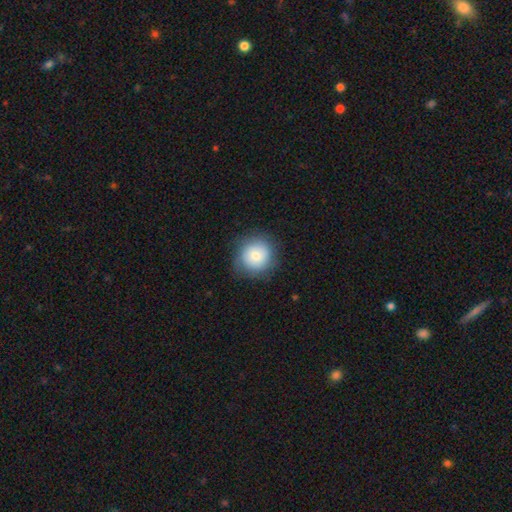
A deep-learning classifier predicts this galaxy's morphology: Q: Smooth or featured?
A: smooth (76%); runner-up: featured or disk (16%)
Q: How rounded?
A: round (92%); runner-up: in between (7%)
Q: Merging?
A: none (81%); runner-up: minor disturbance (13%)